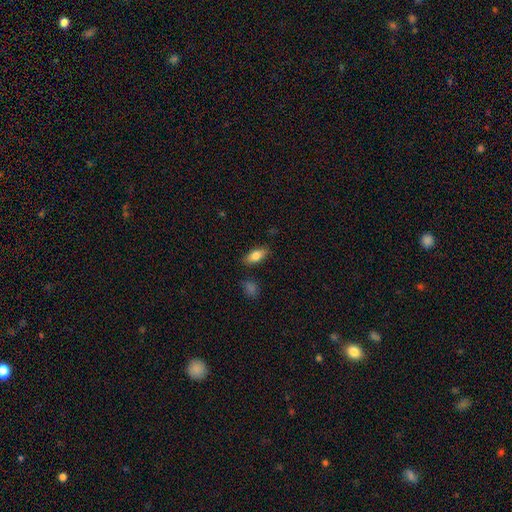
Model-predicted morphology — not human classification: smooth-or-featured: smooth: 80% | featured or disk: 13% | star or artifact: 7%
  how-rounded: in between: 84% | cigar-shaped: 13% | round: 3%
  merging: none: 84% | minor disturbance: 11% | major disturbance: 3% | merger: 2%